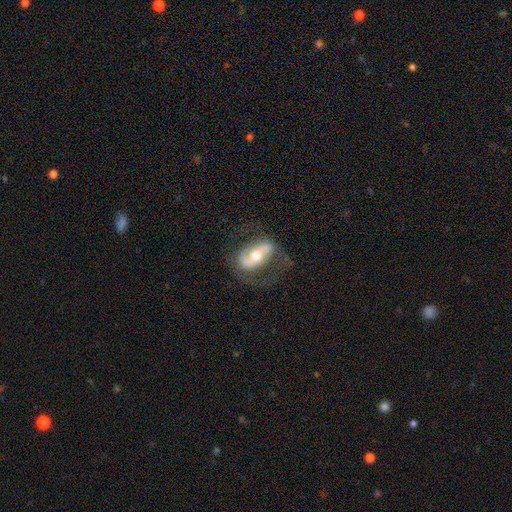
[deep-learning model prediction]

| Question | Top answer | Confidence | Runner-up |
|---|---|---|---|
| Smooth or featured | featured or disk | 71% | smooth (23%) |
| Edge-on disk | no | 91% | yes (9%) |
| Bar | strong | 45% | weak (30%) |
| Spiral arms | yes | 75% | no (25%) |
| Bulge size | moderate | 69% | small (20%) |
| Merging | none | 55% | major disturbance (22%) |